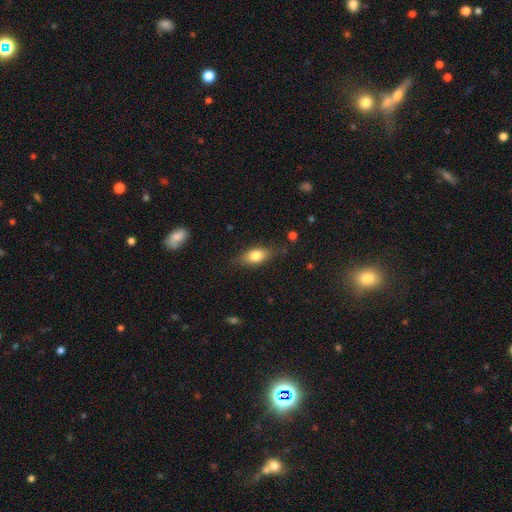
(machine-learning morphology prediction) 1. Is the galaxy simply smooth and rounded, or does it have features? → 76% smooth, 17% featured or disk, 8% star or artifact.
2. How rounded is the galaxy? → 82% in between, 12% cigar-shaped, 7% round.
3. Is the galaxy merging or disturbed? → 78% none, 16% minor disturbance, 4% major disturbance, 2% merger.